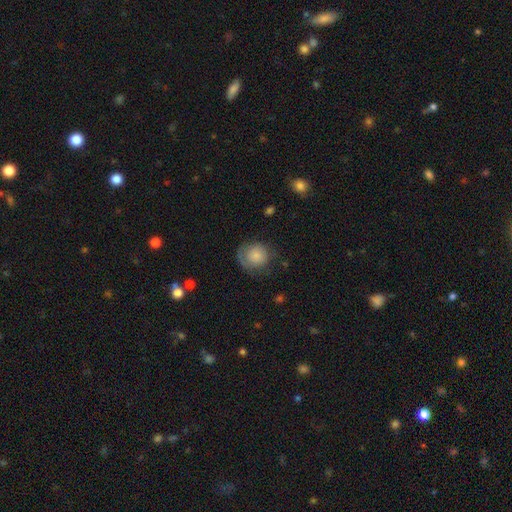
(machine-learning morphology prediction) This appears to be a smooth galaxy with no disk features (74%) that is round (84%). Merging: none (58%).